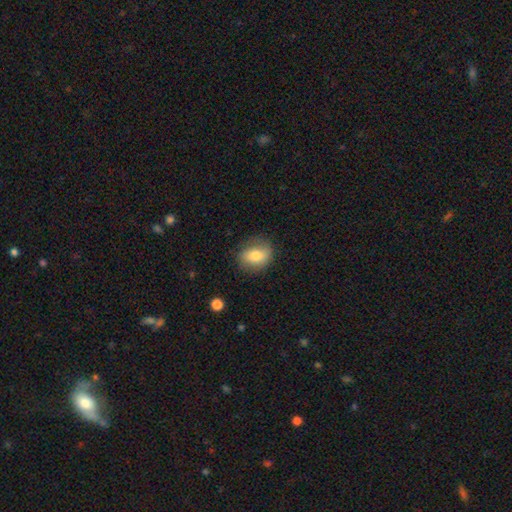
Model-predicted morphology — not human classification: Q: Smooth or featured?
A: smooth (74%); runner-up: featured or disk (18%)
Q: How rounded?
A: round (50%); runner-up: in between (48%)
Q: Merging?
A: none (76%); runner-up: minor disturbance (17%)